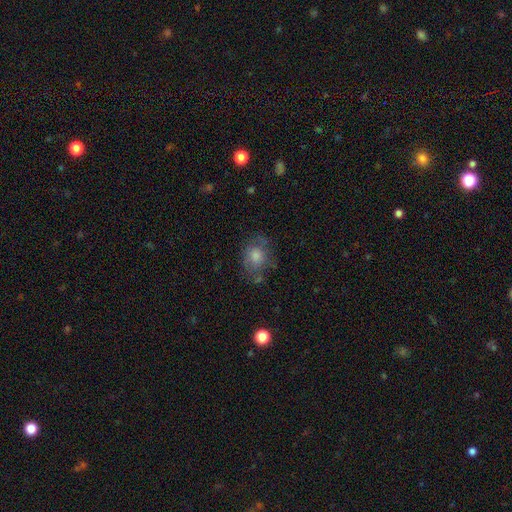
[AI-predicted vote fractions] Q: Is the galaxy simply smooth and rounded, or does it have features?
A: smooth — 50%.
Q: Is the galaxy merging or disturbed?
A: none — 65%.